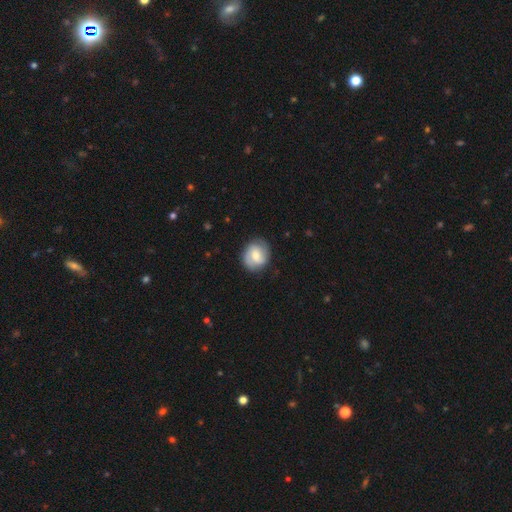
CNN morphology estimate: Overall: smooth (48%; featured or disk 45%). Merging: none (82%).